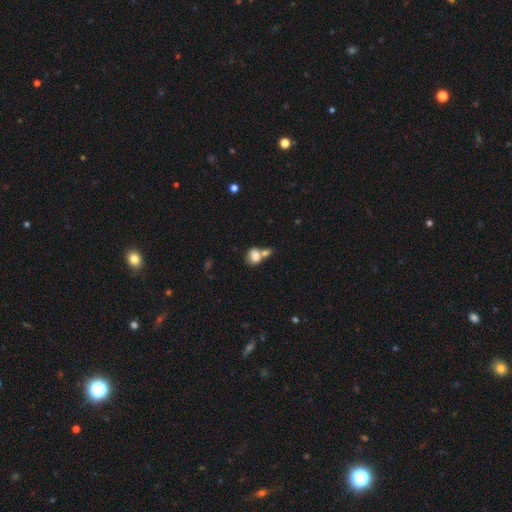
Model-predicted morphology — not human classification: smooth-or-featured: smooth: 81% | featured or disk: 10% | star or artifact: 9%
  how-rounded: in between: 49% (tied) | round: 49% (tied) | cigar-shaped: 1%
  merging: merger: 55% | none: 29% | minor disturbance: 10% | major disturbance: 6%